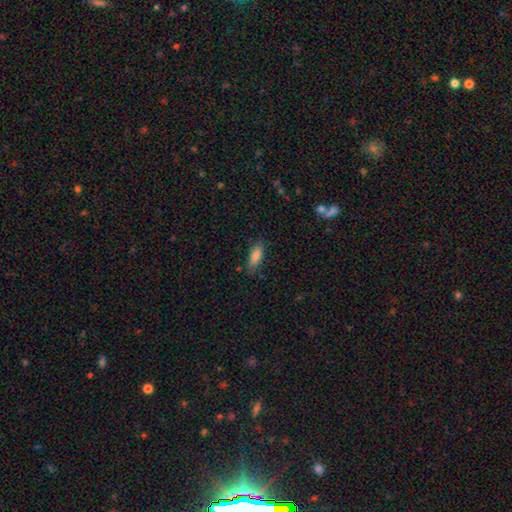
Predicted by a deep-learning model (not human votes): Morphology: type=smooth (84%); roundness=in between (67%); merging=none (76%).